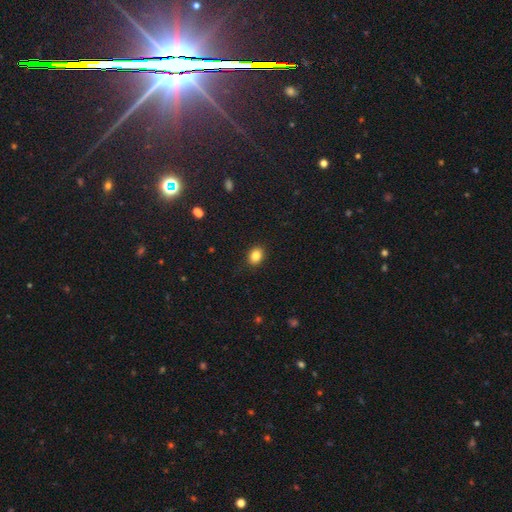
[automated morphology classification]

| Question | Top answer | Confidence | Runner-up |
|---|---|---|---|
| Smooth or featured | smooth | 84% | star or artifact (10%) |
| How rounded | in between | 51% | round (48%) |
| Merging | none | 89% | minor disturbance (8%) |